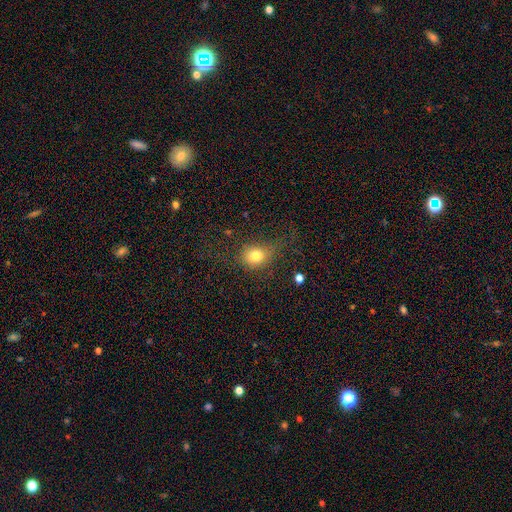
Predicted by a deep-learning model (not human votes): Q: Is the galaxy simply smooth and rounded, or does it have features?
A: smooth — 75%.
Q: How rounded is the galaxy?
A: round — 63%.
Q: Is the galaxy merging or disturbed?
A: none — 55%.